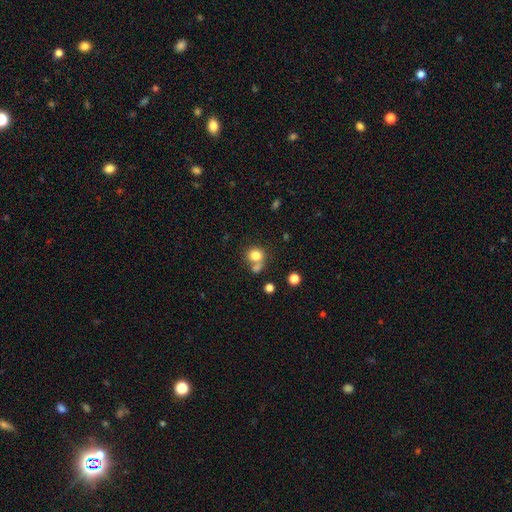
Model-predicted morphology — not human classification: smooth-or-featured: smooth: 79% | star or artifact: 12% | featured or disk: 9%
  how-rounded: round: 80% | in between: 19% | cigar-shaped: 1%
  merging: none: 50% | merger: 35% | minor disturbance: 10% | major disturbance: 5%